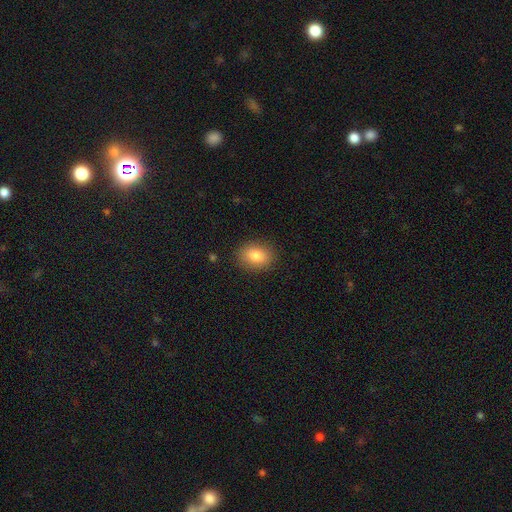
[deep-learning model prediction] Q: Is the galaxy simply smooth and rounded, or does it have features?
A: smooth — 83%.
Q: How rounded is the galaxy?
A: in between — 61%.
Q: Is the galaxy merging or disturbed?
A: none — 87%.